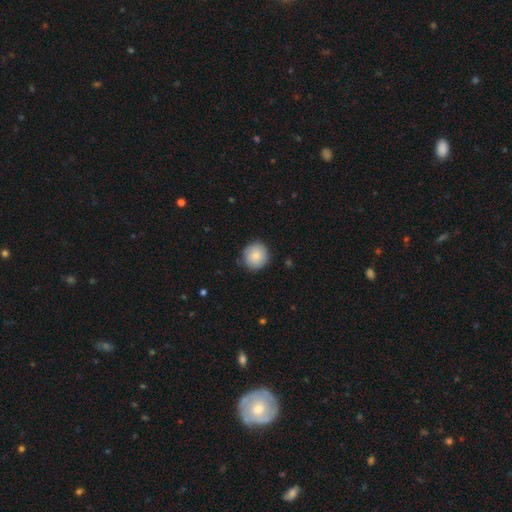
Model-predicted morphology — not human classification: Q: Smooth or featured?
A: smooth (83%); runner-up: featured or disk (11%)
Q: How rounded?
A: round (91%); runner-up: in between (8%)
Q: Merging?
A: none (85%); runner-up: minor disturbance (12%)